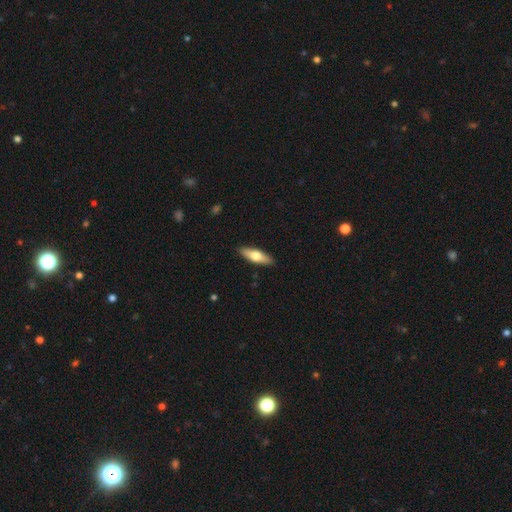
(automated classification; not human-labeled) Smooth or featured? smooth (59%)
How rounded? cigar-shaped (52%)
Merging? none (90%)